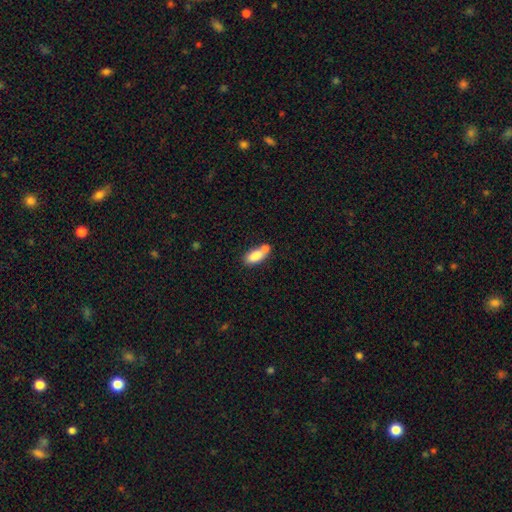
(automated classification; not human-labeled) This appears to be a smooth galaxy with no disk features (81%) that is in between round and cigar-shaped (87%). Merging: merger (47%).